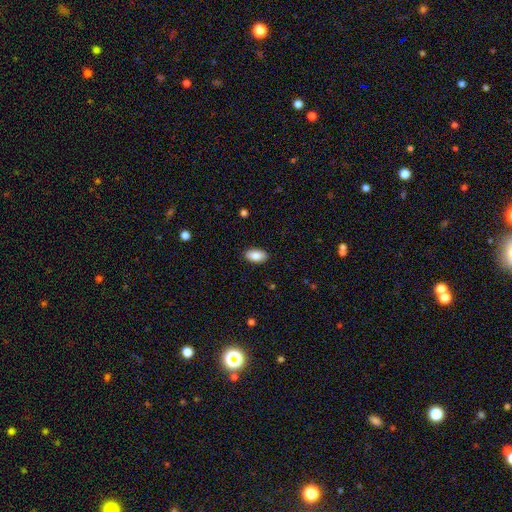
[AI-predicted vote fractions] smooth 88%, star or artifact 7%, featured or disk 6%. Down the decision tree: how rounded — in between (94%); merging — none (89%).